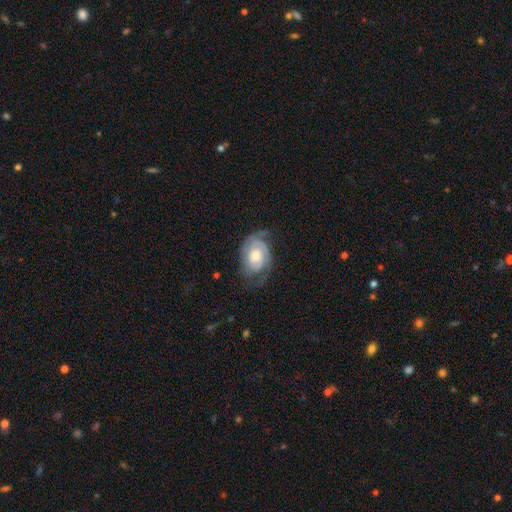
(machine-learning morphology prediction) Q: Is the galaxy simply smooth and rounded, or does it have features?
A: featured or disk — 76%.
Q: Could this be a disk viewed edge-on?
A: no — 96%.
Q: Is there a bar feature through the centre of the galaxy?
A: no — 75%.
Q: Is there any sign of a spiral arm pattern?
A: yes — 92%.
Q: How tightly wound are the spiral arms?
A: tight — 62%.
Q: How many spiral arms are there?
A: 2 — 48%.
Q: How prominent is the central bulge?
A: moderate — 60%.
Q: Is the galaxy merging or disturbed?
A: none — 60%.